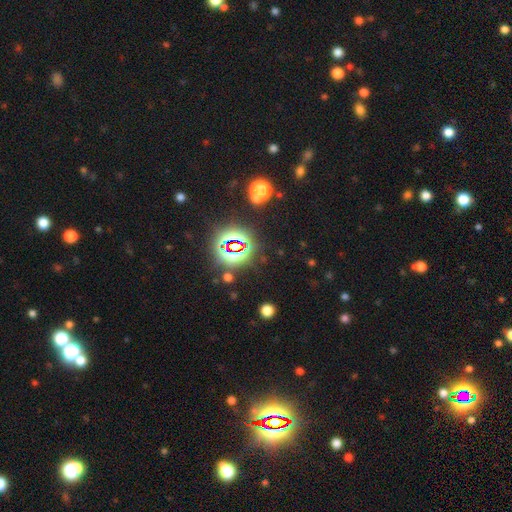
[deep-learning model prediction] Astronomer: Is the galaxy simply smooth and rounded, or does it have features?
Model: star or artifact — 82%.